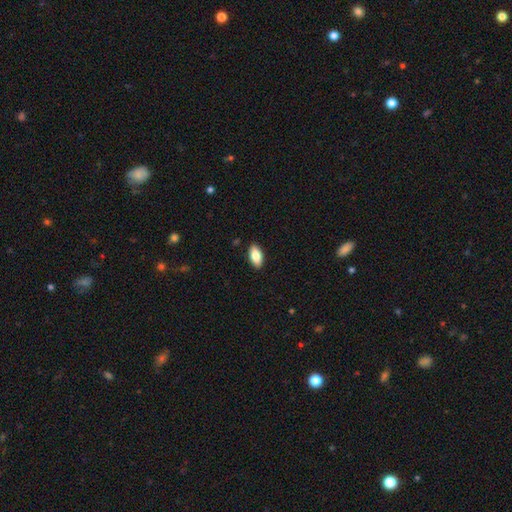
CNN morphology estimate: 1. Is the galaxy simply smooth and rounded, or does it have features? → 85% smooth, 9% featured or disk, 6% star or artifact.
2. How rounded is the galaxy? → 90% in between, 8% cigar-shaped, 3% round.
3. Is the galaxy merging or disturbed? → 89% none, 8% minor disturbance, 2% major disturbance, 1% merger.